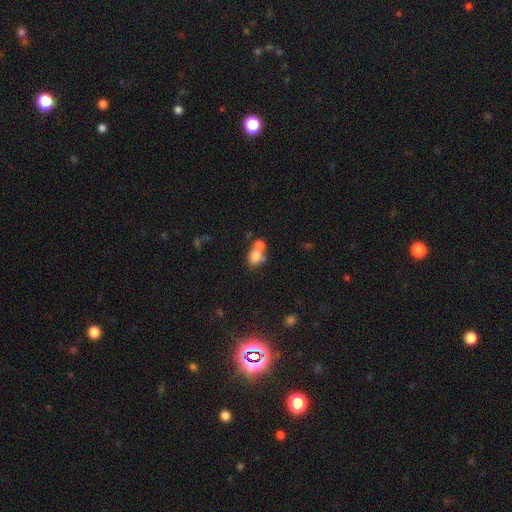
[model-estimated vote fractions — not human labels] Smooth or featured: smooth — 76% (featured or disk — 13%)
How rounded: in between — 55% (round — 43%)
Merging: merger — 53% (none — 34%)